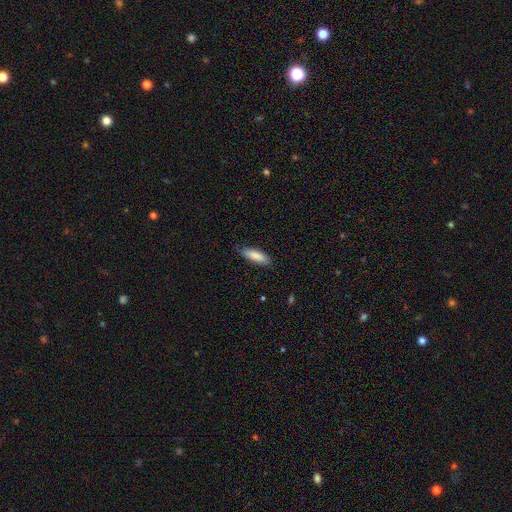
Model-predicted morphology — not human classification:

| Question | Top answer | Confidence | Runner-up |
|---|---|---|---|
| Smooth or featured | smooth | 86% | featured or disk (8%) |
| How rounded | in between | 54% | cigar-shaped (45%) |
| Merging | none | 81% | minor disturbance (15%) |